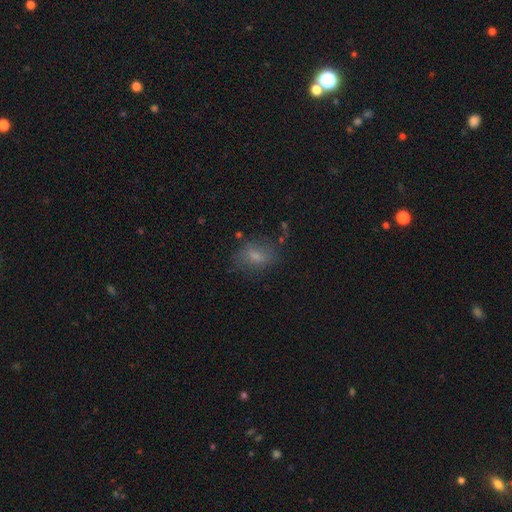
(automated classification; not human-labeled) A smooth galaxy with no disk features (64%) that is in between round and cigar-shaped (73%). Merging: none (66%).